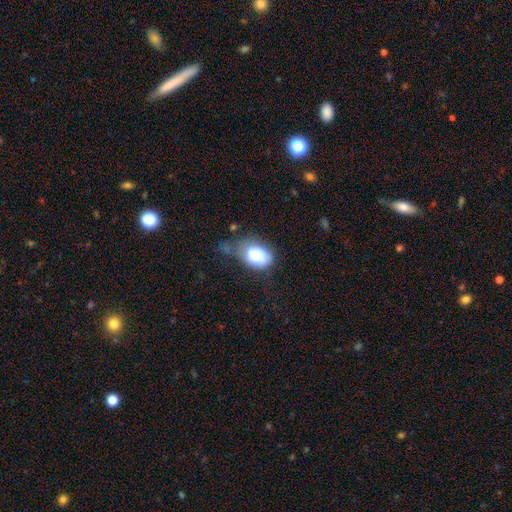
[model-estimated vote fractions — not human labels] Overall: smooth (75%). How rounded: in between (75%). Merging: none (40%; minor disturbance 36%).